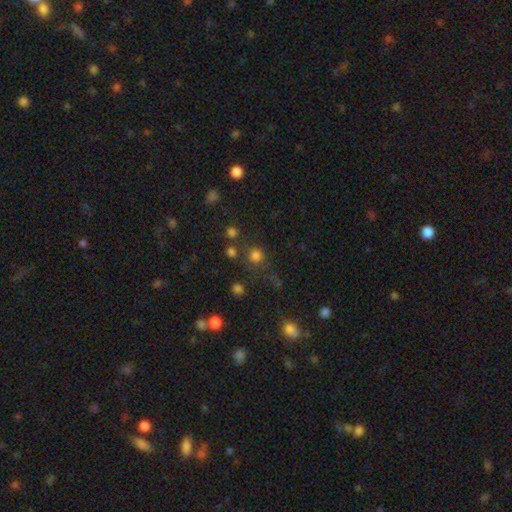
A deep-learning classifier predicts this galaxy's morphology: Overall: smooth (75%). How rounded: round (91%). Merging: none (73%).